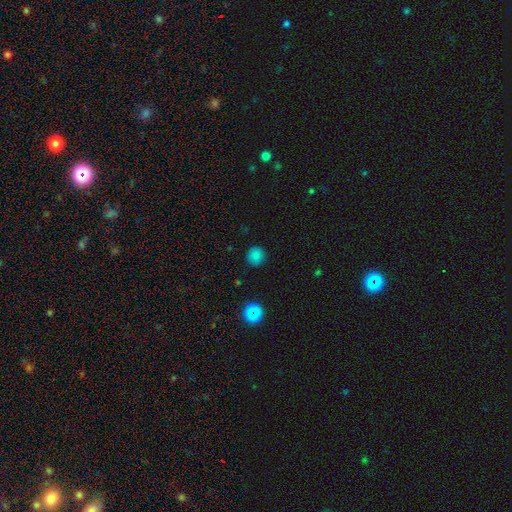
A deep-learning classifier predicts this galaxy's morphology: Overall: smooth (81%). How rounded: round (93%). Merging: none (90%).